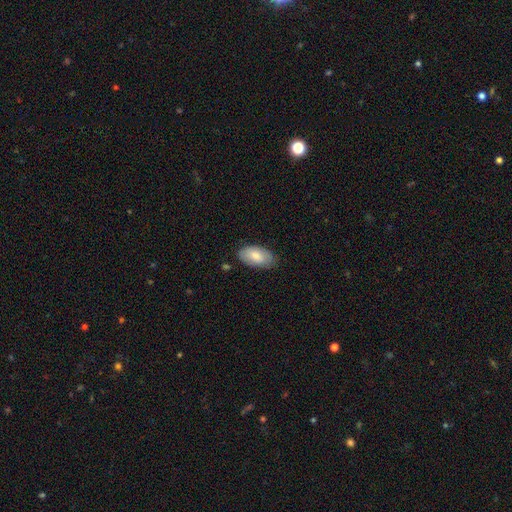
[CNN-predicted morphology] smooth_or_featured: smooth (p=0.79) [alt: featured or disk p=0.15]
how_rounded: in between (p=0.95) [alt: round p=0.03]
merging: none (p=0.79) [alt: minor disturbance p=0.16]